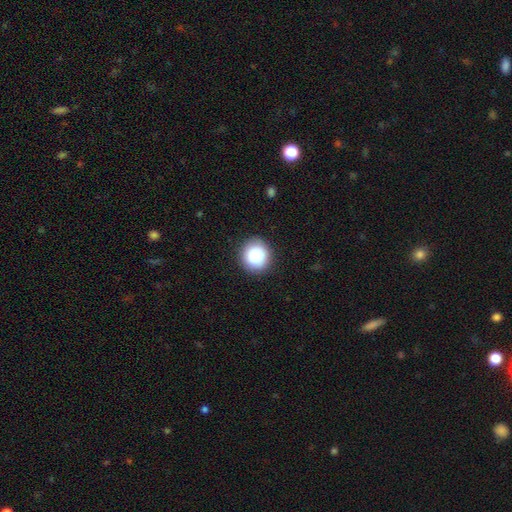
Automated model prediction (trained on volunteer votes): smooth 86%, star or artifact 8%, featured or disk 5%. Down the decision tree: how rounded — round (89%); merging — none (90%).